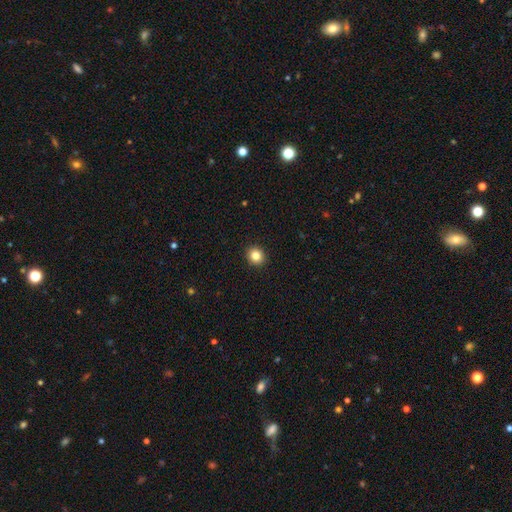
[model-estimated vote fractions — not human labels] This is clearly a smooth galaxy (84%). How rounded: clearly round (85%). Merging: clearly none (93%).